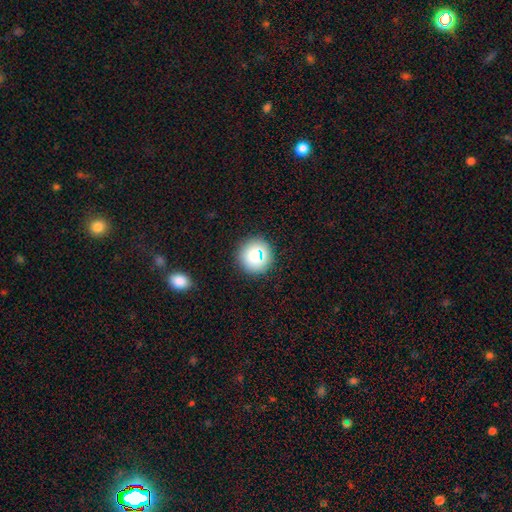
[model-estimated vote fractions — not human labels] A smooth galaxy with no disk features (77%) that is round (94%).

Vote fractions:
- Smooth or featured? smooth: 77% / star or artifact: 14% / featured or disk: 10%
- How rounded? round: 94% / in between: 5% / cigar-shaped: 1%
- Merging? none: 88% / minor disturbance: 7% / major disturbance: 3% / merger: 2%